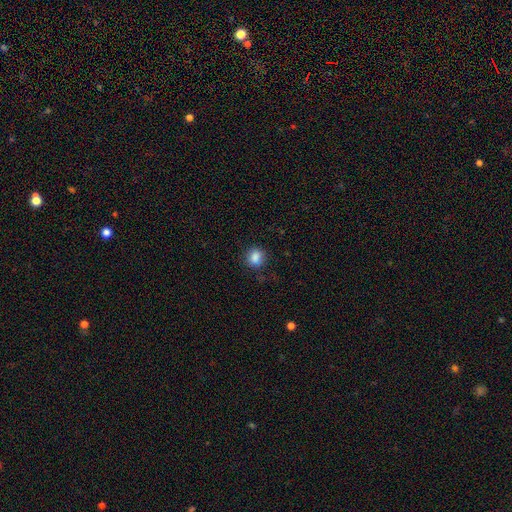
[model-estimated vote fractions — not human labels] A smooth galaxy with no disk features (85%) that is round (69%). Merging: none (82%).